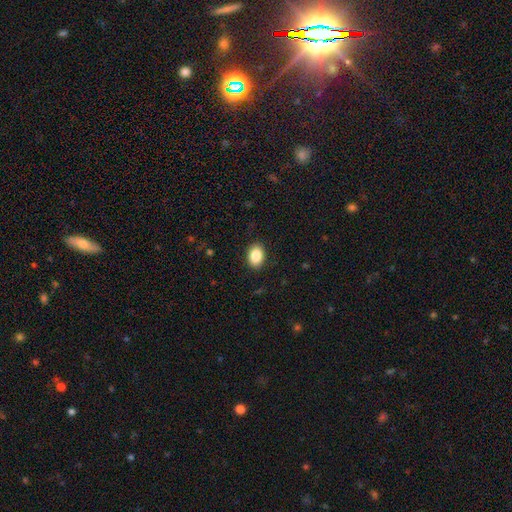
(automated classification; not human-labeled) smooth_or_featured: smooth (p=0.87) [alt: star or artifact p=0.08]
how_rounded: in between (p=0.77) [alt: round p=0.22]
merging: none (p=0.89) [alt: minor disturbance p=0.08]